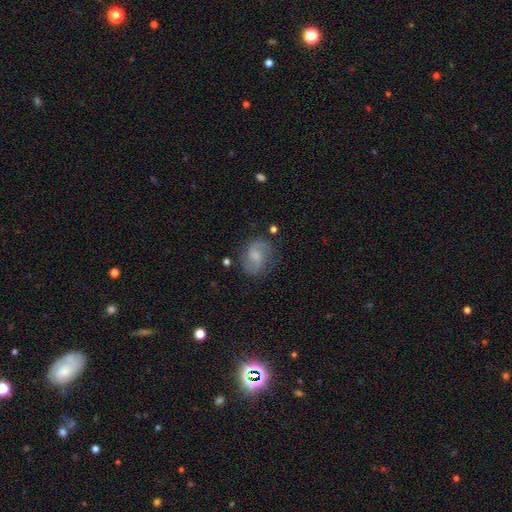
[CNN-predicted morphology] A featured or disk galaxy (61%) with no bar (48%), 2 (86%) medium (48%) spiral arms (91%) and a small central bulge (41%).

Vote fractions:
- Smooth or featured? featured or disk: 61% / smooth: 30% / star or artifact: 9%
- Edge-on disk? no: 98% / yes: 2%
- Bar? no: 48% / weak: 44% / strong: 8%
- Spiral arms? yes: 91% / no: 9%
- Spiral winding? medium: 48% / loose: 33% / tight: 19%
- Spiral arm count? 2: 86% / can't tell: 7% / 1: 3% / 3: 2% / 4: 1% / more than 4: 1%
- Bulge size? small: 41% / moderate: 34% / none: 20% / large: 5% / dominant: 1%
- Merging? none: 74% / minor disturbance: 17% / major disturbance: 7% / merger: 2%